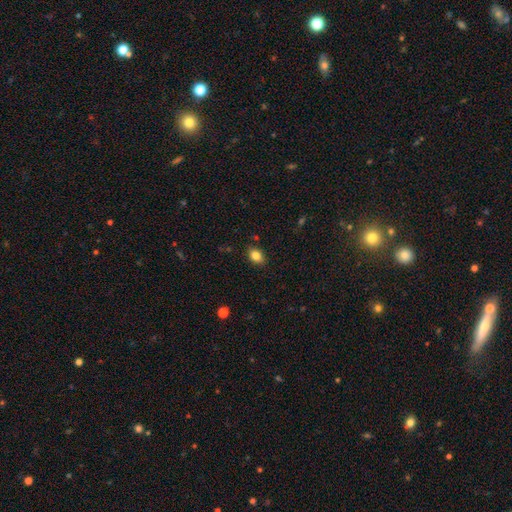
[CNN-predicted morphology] This appears to be a smooth galaxy with no disk features (83%) that is in between round and cigar-shaped (76%). Merging: none (86%).